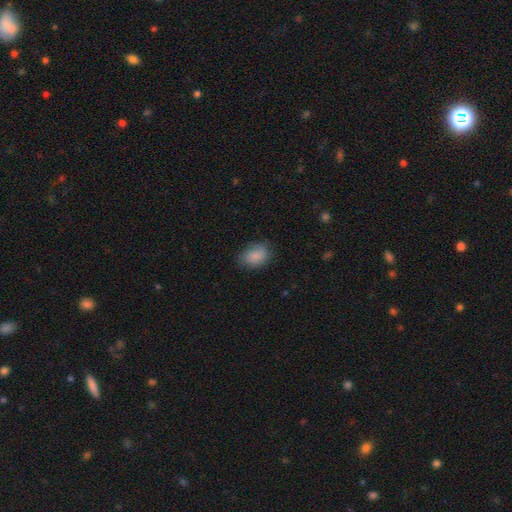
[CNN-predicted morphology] Smooth or featured? Predicted: smooth (p=0.86). How rounded? Predicted: in between (p=0.76). Merging? Predicted: none (p=0.73).